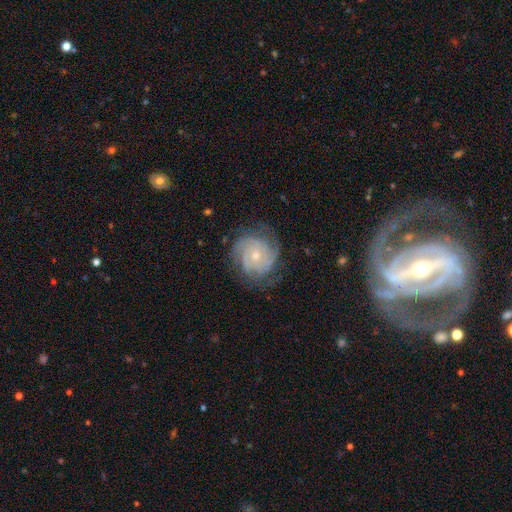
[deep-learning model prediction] Smooth or featured? featured or disk (83%)
Edge-on disk? no (98%)
Bar? no (77%)
Spiral arms? yes (96%)
Spiral winding? tight (74%)
Spiral arm count? can't tell (29%)
Bulge size? small (58%)
Merging? none (76%)